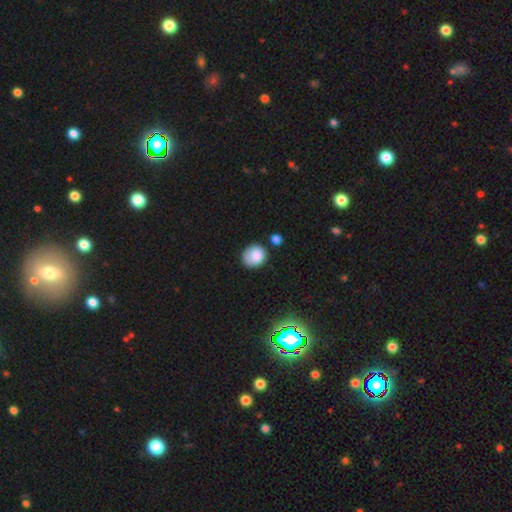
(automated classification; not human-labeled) The model was most divided on "how rounded": round: 69%, in between: 30%, cigar-shaped: 1%. More confident: smooth or featured — smooth (84%); merging — none (68%).